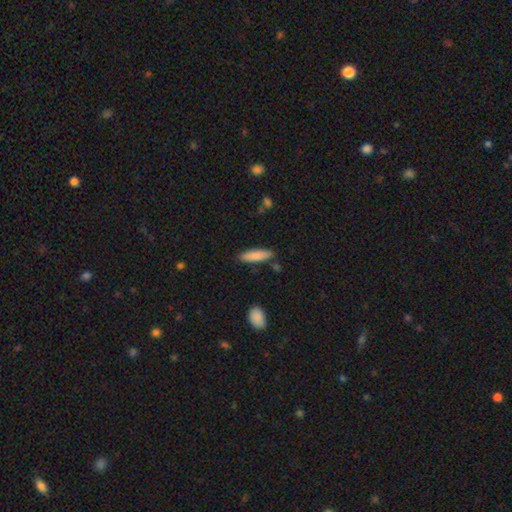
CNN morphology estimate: smooth-or-featured: smooth: 85% | featured or disk: 10% | star or artifact: 6%
  how-rounded: cigar-shaped: 71% | in between: 28% | round: 1%
  merging: none: 83% | minor disturbance: 11% | merger: 3% | major disturbance: 2%